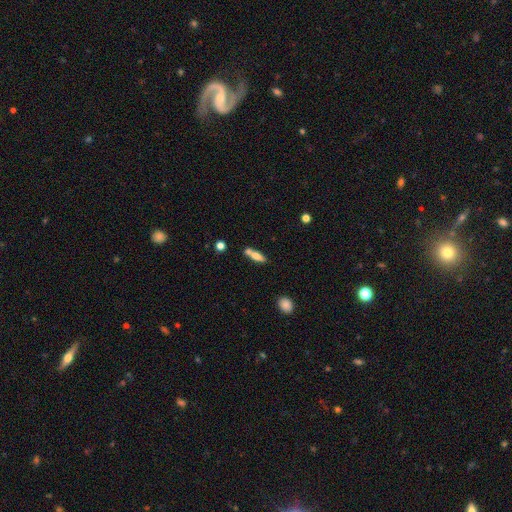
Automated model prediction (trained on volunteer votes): Smooth or featured: smooth — 64% (featured or disk — 29%)
How rounded: cigar-shaped — 56% (in between — 41%)
Merging: none — 56% (merger — 27%)